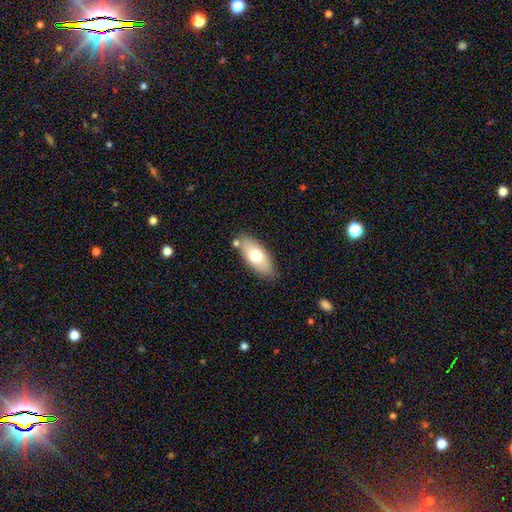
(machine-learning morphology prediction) A smooth galaxy with no disk features (69%) that is in between round and cigar-shaped (85%).

Vote fractions:
- Smooth or featured? smooth: 69% / featured or disk: 24% / star or artifact: 7%
- How rounded? in between: 85% / cigar-shaped: 13% / round: 3%
- Merging? none: 78% / minor disturbance: 13% / merger: 6% / major disturbance: 3%